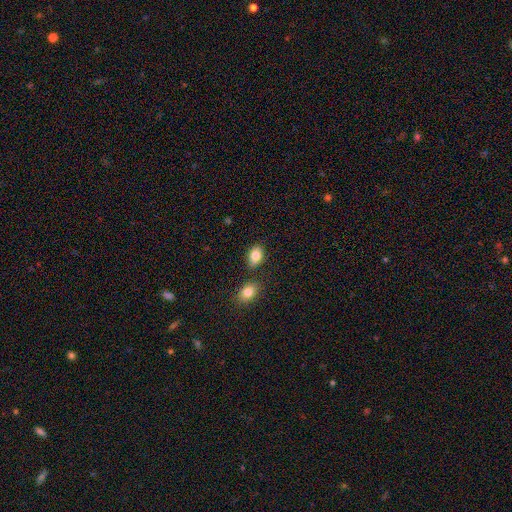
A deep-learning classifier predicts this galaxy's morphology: Smooth or featured? smooth (84%)
How rounded? in between (83%)
Merging? none (76%)